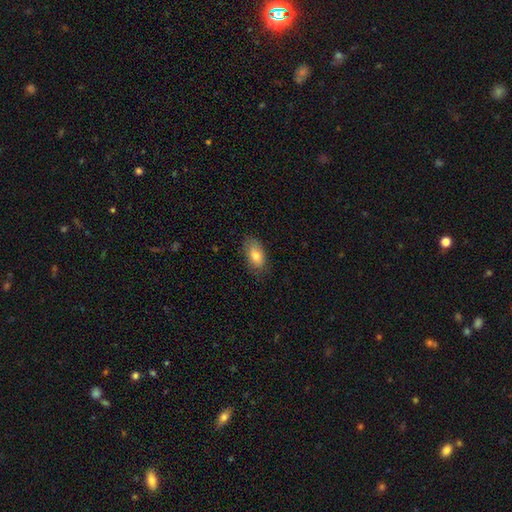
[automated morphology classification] This is likely a smooth galaxy (79%). How rounded: clearly in between (91%). Merging: likely none (78%).